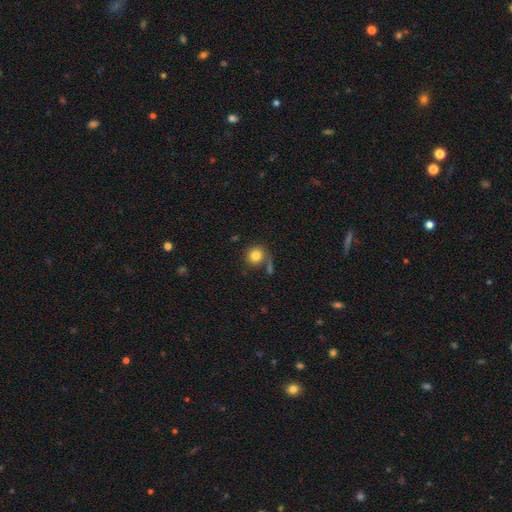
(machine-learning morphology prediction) This is clearly a smooth galaxy (82%). How rounded: clearly round (86%). Merging: likely none (67%).